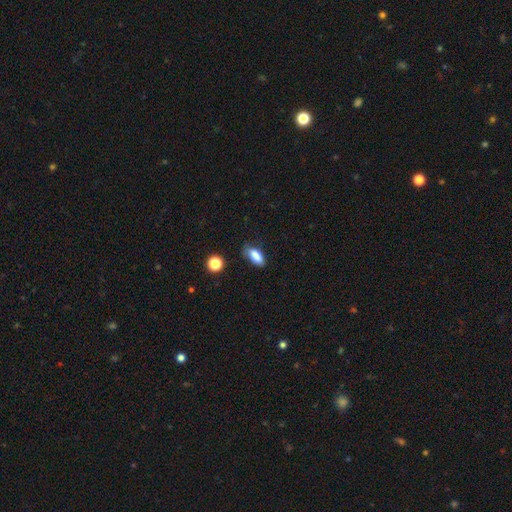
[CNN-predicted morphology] The model was most divided on "merging": none: 67%, minor disturbance: 24%, major disturbance: 6%, merger: 3%. More confident: smooth or featured — smooth (85%); how rounded — in between (81%).